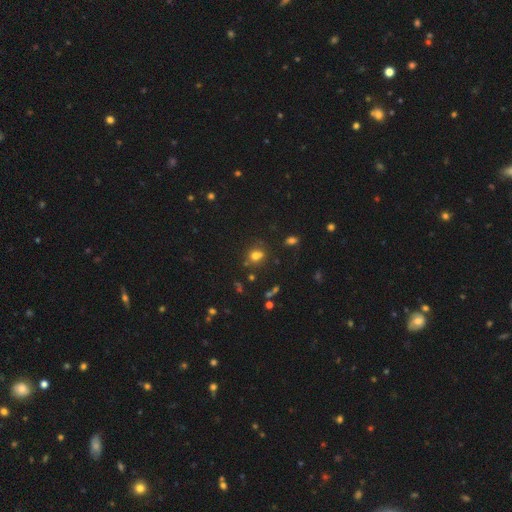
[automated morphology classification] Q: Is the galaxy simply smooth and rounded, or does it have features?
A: smooth — 68%.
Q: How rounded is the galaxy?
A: round — 58%.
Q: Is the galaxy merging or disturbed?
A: none — 60%.